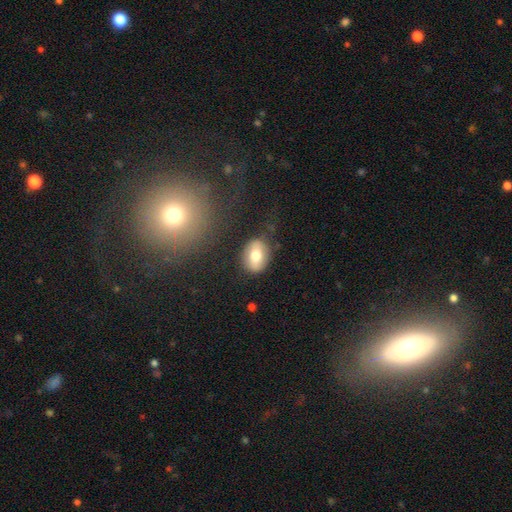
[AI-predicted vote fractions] Smooth or featured? smooth (68%)
How rounded? in between (70%)
Merging? none (77%)